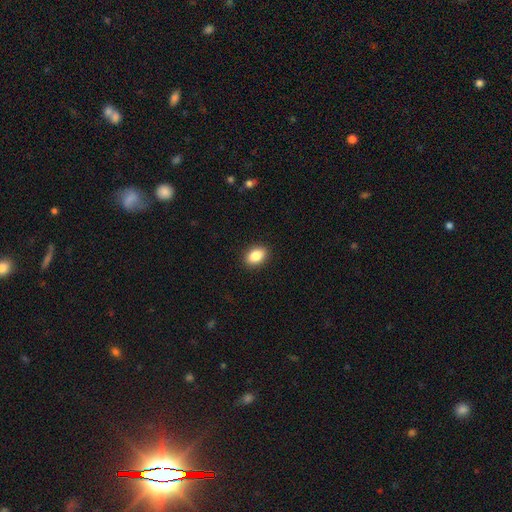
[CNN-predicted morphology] Overall: smooth (87%). How rounded: in between (81%). Merging: none (90%).